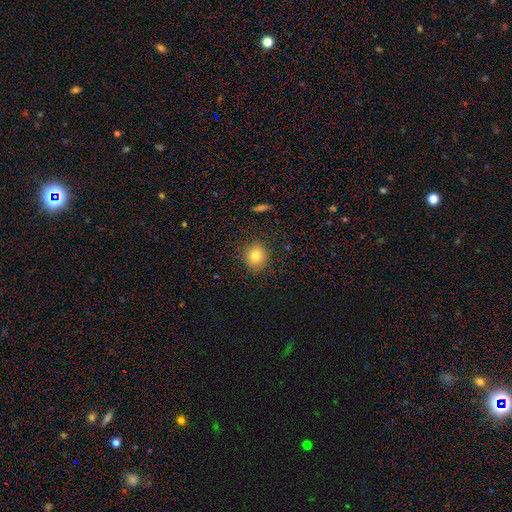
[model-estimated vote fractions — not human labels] Smooth or featured?
  - smooth: 79% *
  - star or artifact: 12%
  - featured or disk: 9%
How rounded?
  - round: 77% *
  - in between: 22%
  - cigar-shaped: 1%
Merging?
  - none: 86% *
  - minor disturbance: 10%
  - major disturbance: 3%
  - merger: 1%